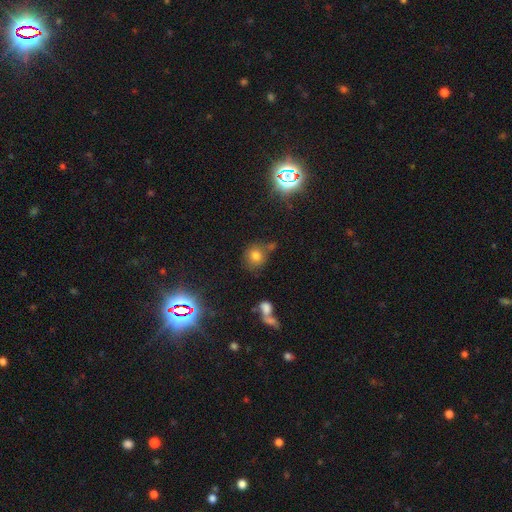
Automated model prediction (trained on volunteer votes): This is likely a smooth galaxy (72%). How rounded: clearly round (80%). Merging: likely none (66%).